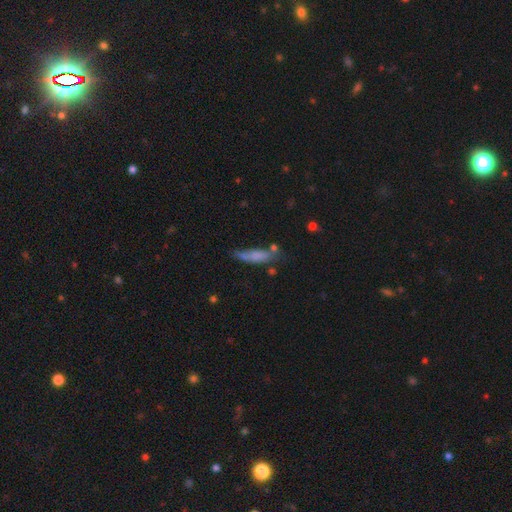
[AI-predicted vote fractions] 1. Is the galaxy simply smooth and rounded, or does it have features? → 68% smooth, 23% featured or disk, 9% star or artifact.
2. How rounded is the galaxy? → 60% cigar-shaped, 37% in between, 3% round.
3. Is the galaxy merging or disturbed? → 45% none, 30% minor disturbance, 15% major disturbance, 10% merger.